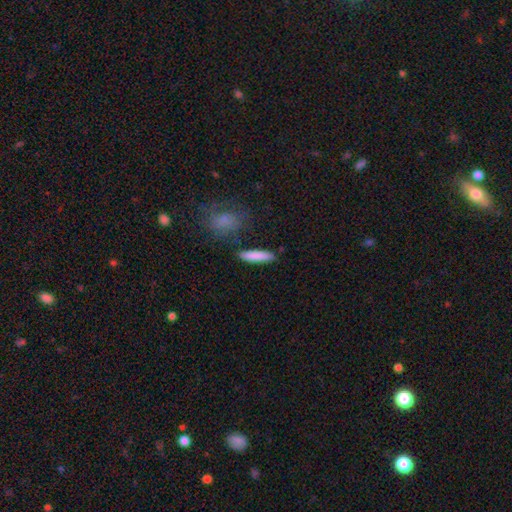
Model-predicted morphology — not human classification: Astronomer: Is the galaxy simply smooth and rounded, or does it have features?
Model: smooth — 85%.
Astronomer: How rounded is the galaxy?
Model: cigar-shaped — 80%.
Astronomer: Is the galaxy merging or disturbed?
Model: none — 84%.